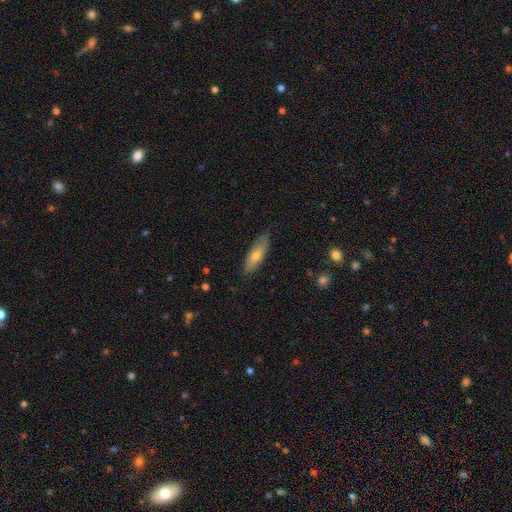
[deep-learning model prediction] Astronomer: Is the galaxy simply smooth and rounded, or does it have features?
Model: smooth — 60%.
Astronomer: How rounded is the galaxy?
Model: cigar-shaped — 54% (runner-up: in between, 44%).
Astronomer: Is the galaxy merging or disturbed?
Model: none — 81%.